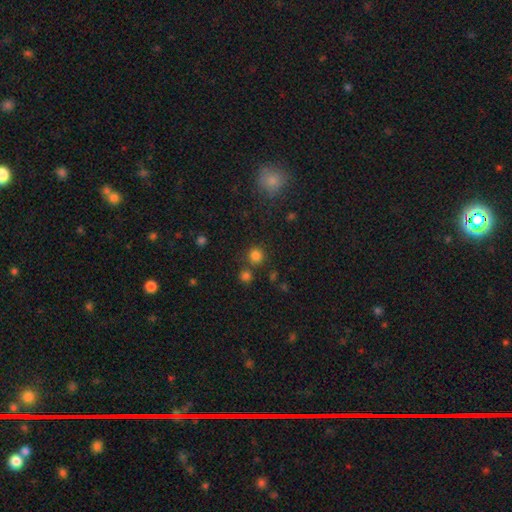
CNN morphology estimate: A smooth galaxy with no disk features (79%) that is round (92%).

Vote fractions:
- Smooth or featured? smooth: 79% / star or artifact: 16% / featured or disk: 4%
- How rounded? round: 92% / in between: 7% / cigar-shaped: 1%
- Merging? none: 78% / merger: 12% / minor disturbance: 7% / major disturbance: 3%